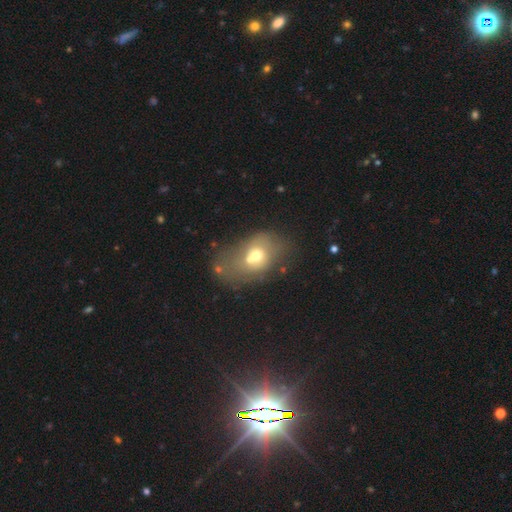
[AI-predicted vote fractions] Q: Smooth or featured?
A: smooth (55%); runner-up: featured or disk (33%)
Q: How rounded?
A: in between (72%); runner-up: round (26%)
Q: Merging?
A: merger (44%); runner-up: none (31%)